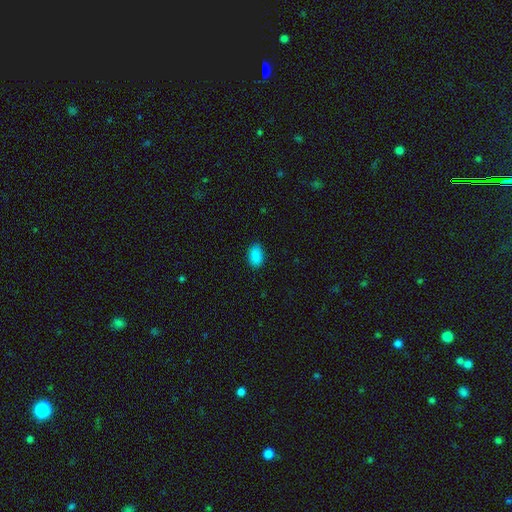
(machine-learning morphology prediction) Smooth or featured? smooth (88%)
How rounded? in between (89%)
Merging? none (87%)